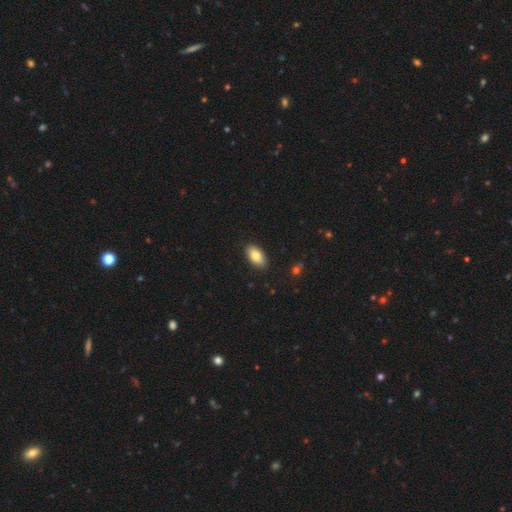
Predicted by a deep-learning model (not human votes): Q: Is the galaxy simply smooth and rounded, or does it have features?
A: smooth — 82%.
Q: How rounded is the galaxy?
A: in between — 93%.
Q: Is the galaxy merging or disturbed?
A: none — 88%.